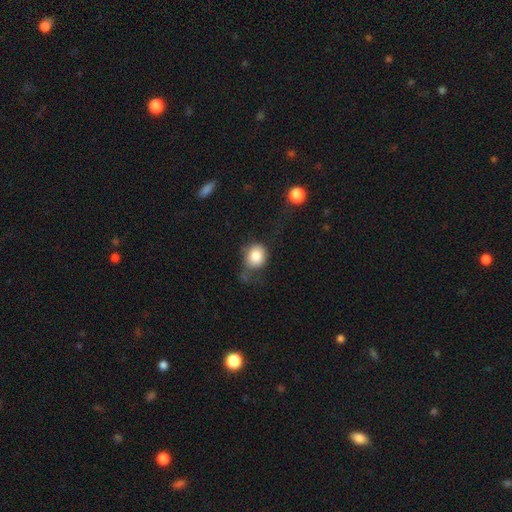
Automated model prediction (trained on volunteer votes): This appears to be a smooth galaxy with no disk features (81%) that is round (76%). Merging: none (48%).